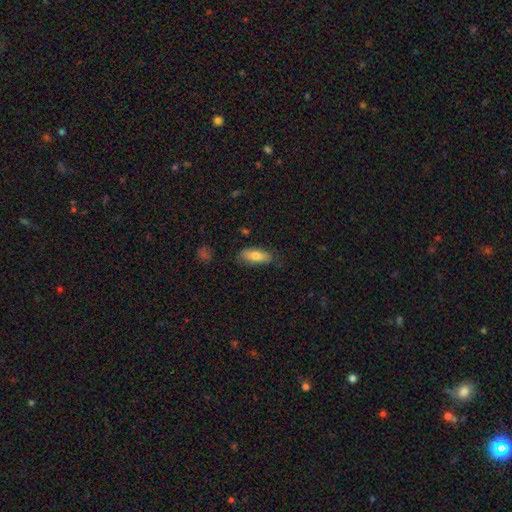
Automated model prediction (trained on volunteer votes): smooth-or-featured: smooth: 75% | featured or disk: 19% | star or artifact: 7%
  how-rounded: in between: 76% | cigar-shaped: 21% | round: 3%
  merging: none: 78% | minor disturbance: 17% | major disturbance: 3% | merger: 2%